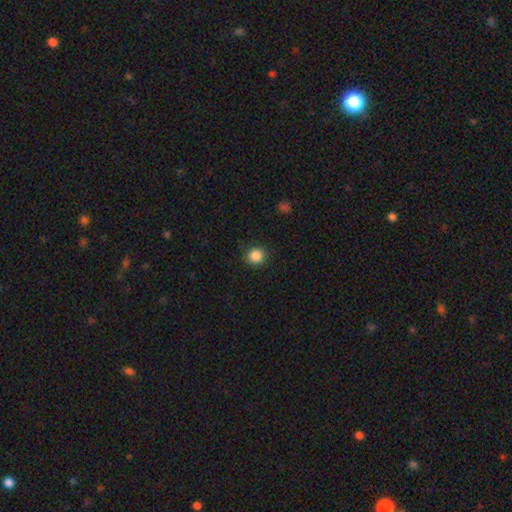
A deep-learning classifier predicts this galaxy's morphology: The model was most divided on "smooth or featured": smooth: 86%, star or artifact: 11%, featured or disk: 3%. More confident: merging — none (90%); how rounded — round (88%).